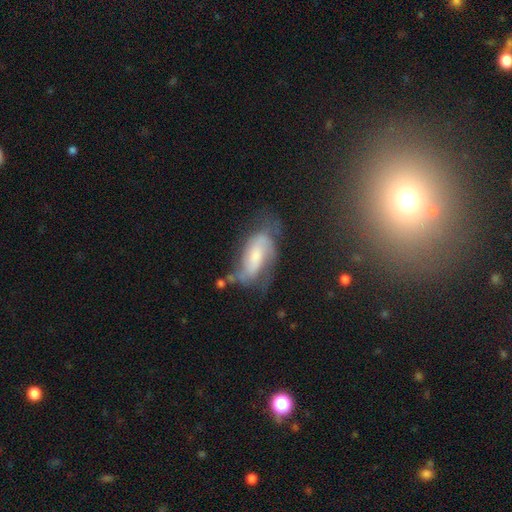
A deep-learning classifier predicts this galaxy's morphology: Smooth or featured?
  - featured or disk: 62% *
  - smooth: 29%
  - star or artifact: 9%
Edge-on disk?
  - no: 92% *
  - yes: 8%
Bar?
  - no: 47% *
  - weak: 38%
  - strong: 15%
Spiral arms?
  - yes: 85% *
  - no: 15%
Bulge size?
  - moderate: 38% *
  - small: 36%
  - large: 14%
  - none: 10%
  - dominant: 2%
Merging?
  - none: 42% *
  - minor disturbance: 28%
  - major disturbance: 25%
  - merger: 6%